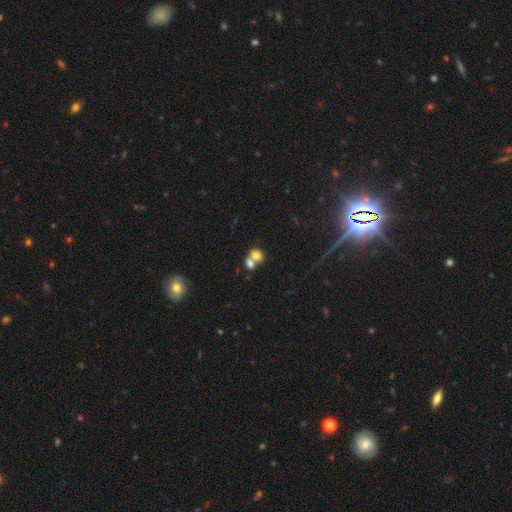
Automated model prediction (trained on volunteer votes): Smooth or featured? smooth (76%)
How rounded? round (66%)
Merging? merger (62%)